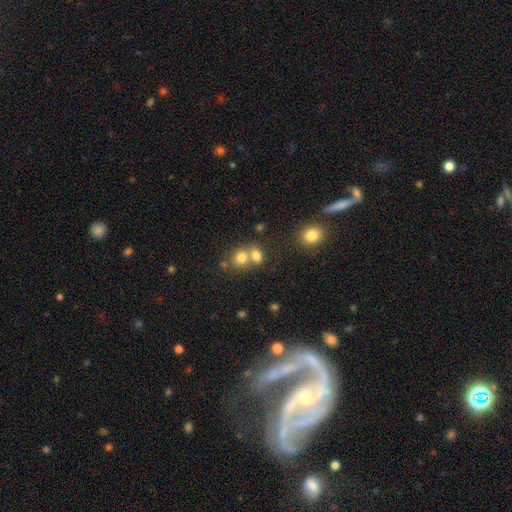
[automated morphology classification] A smooth galaxy with no disk features (77%) that is round (55%). Merging: merger (53%).